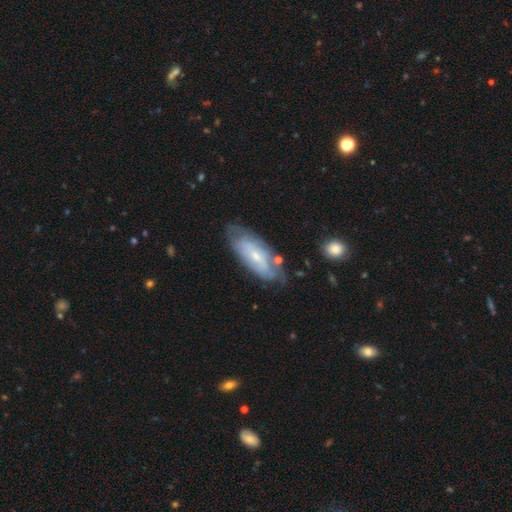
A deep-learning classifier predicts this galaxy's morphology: smooth_or_featured: featured or disk (p=0.58) [alt: smooth p=0.35]
disk_edge_on: no (p=0.83) [alt: yes p=0.17]
merging: none (p=0.68) [alt: minor disturbance p=0.22]